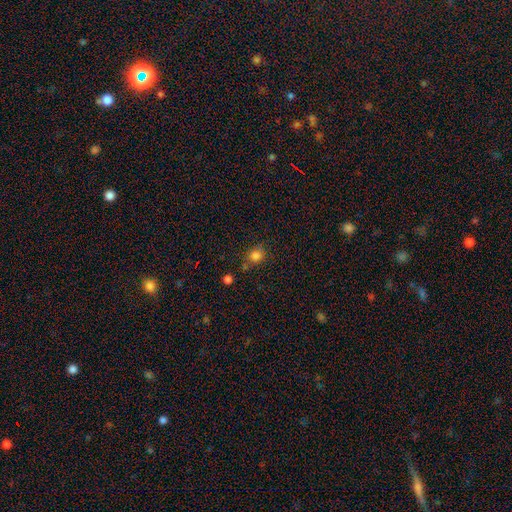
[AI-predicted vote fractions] Smooth or featured? smooth (81%)
How rounded? round (72%)
Merging? none (67%)